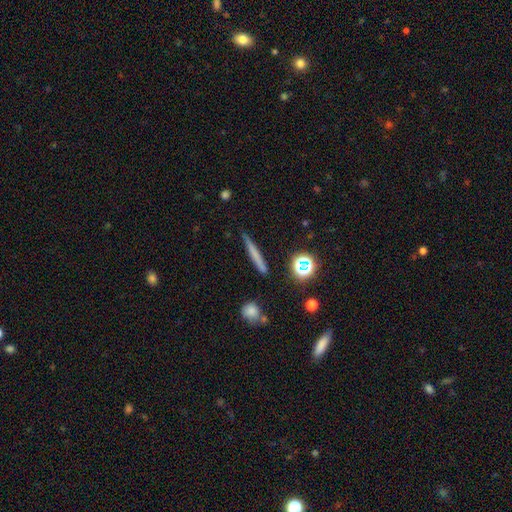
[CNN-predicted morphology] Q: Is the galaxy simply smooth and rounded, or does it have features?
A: smooth — 59%.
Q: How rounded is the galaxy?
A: cigar-shaped — 91%.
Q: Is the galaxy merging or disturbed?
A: none — 87%.